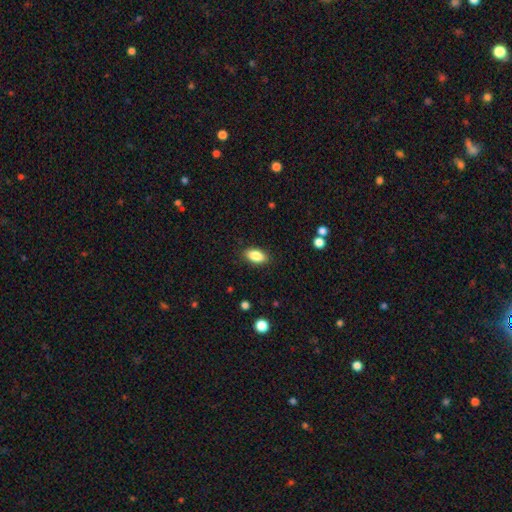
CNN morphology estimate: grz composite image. It shows a smooth galaxy with no disk features (87%) that is in between round and cigar-shaped (91%). Merging: none (88%).